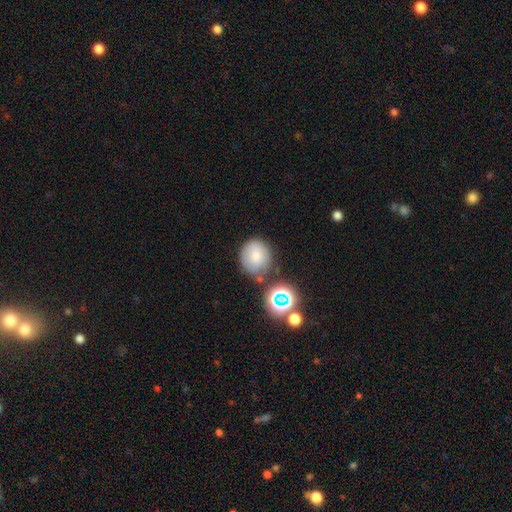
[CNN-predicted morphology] Smooth or featured? smooth (75%)
How rounded? round (84%)
Merging? none (68%)